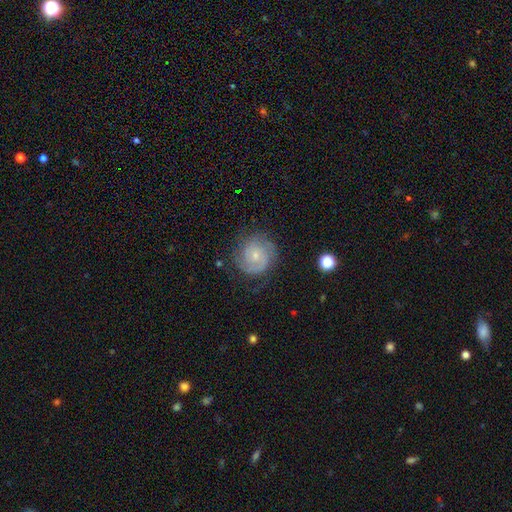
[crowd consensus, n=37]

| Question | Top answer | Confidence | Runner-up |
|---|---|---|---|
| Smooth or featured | featured or disk | 78% | smooth (19%) |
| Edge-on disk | no | 100% | — |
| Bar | no | 83% | weak (17%) |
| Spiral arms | yes | 90% | no (10%) |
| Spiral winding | tight | 65% | medium (23%) |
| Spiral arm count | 2 | 35% | 1 (23%) |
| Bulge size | small | 72% | moderate (21%) |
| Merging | none | 72% | major disturbance (17%) |